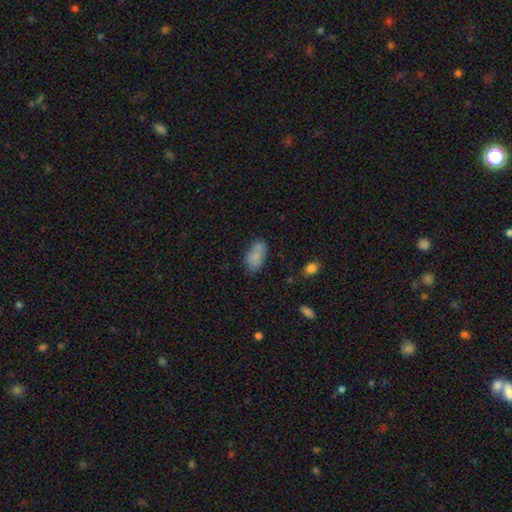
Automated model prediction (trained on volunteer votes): A smooth galaxy with no disk features (83%) that is in between round and cigar-shaped (92%).

Vote fractions:
- Smooth or featured? smooth: 83% / featured or disk: 9% / star or artifact: 8%
- How rounded? in between: 92% / cigar-shaped: 4% / round: 3%
- Merging? none: 72% / minor disturbance: 20% / major disturbance: 5% / merger: 4%